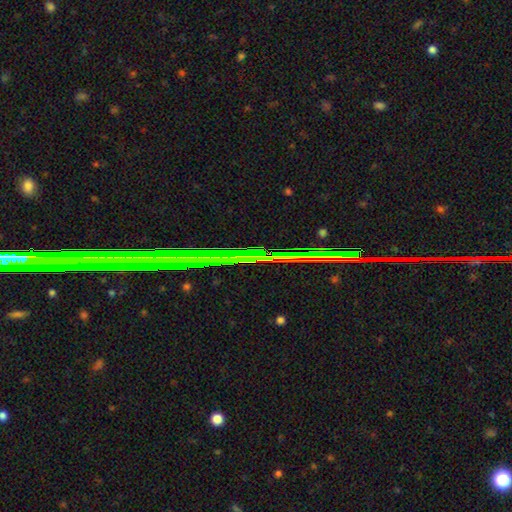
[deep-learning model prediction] star or artifact 76%, featured or disk 14%, smooth 9%.